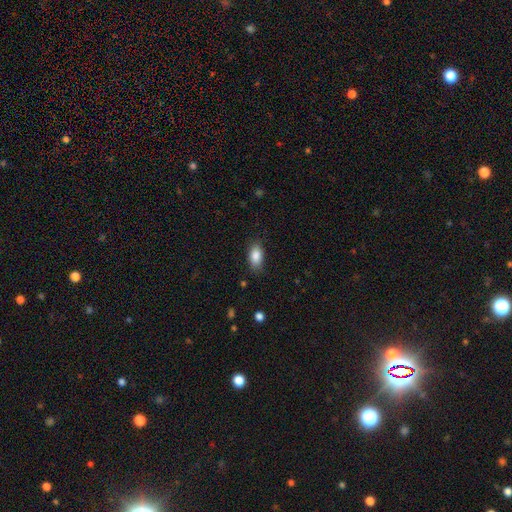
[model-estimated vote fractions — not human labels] Smooth or featured? smooth (87%)
How rounded? in between (90%)
Merging? none (83%)